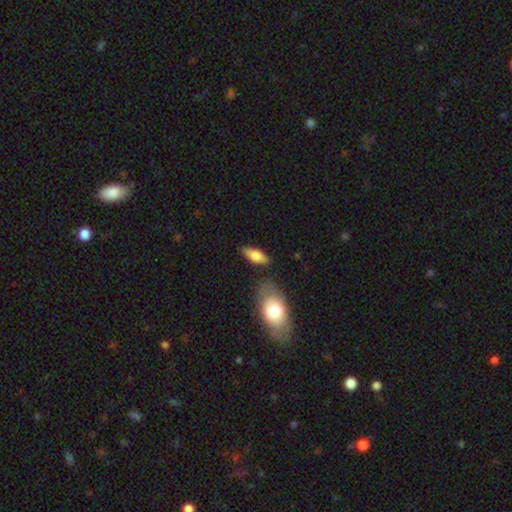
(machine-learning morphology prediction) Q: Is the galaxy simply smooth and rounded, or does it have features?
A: smooth — 68%.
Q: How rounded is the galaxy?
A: in between — 73%.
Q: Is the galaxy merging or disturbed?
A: none — 73%.